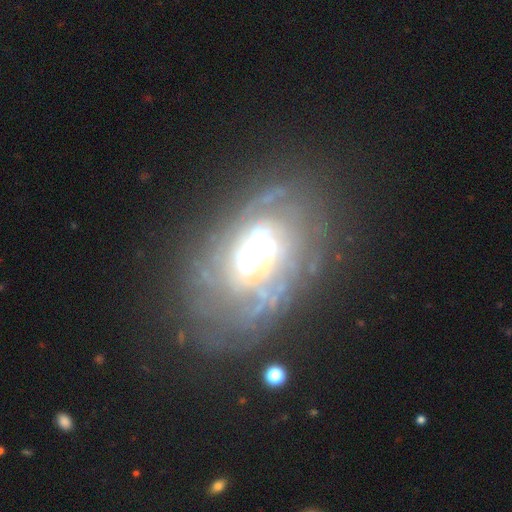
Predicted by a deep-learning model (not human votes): smooth-or-featured: featured or disk: 78% | smooth: 13% | star or artifact: 9%
  disk-edge-on: no: 95% | yes: 5%
    bar: no: 64% | weak: 26% | strong: 10%
    has-spiral-arms: yes: 81% | no: 19%
      spiral-winding: tight: 63% | medium: 26% | loose: 11%
      spiral-arm-count: can't tell: 51% | 2: 17% | 3: 10% | more than 4: 9% | 4: 7% | 1: 6%
    bulge-size: small: 42% | moderate: 39% | large: 13% | none: 3% | dominant: 3%
  merging: none: 63% | minor disturbance: 19% | major disturbance: 15% | merger: 4%